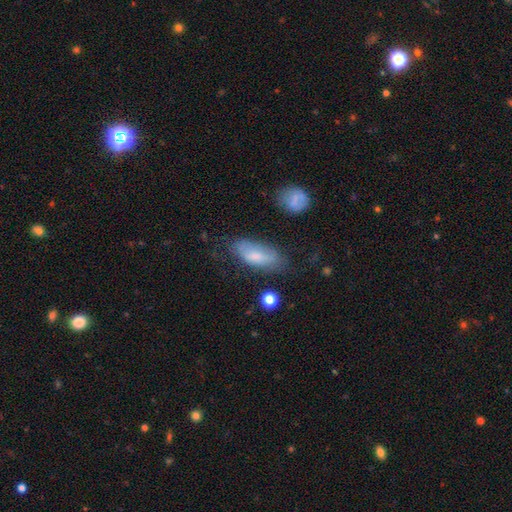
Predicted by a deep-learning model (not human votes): Smooth or featured? smooth (69%)
How rounded? in between (77%)
Merging? none (60%)